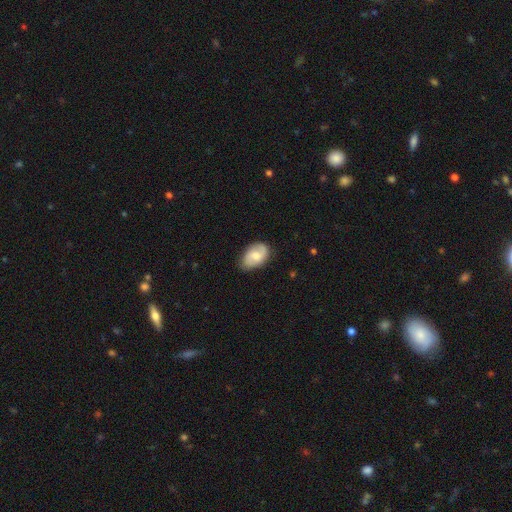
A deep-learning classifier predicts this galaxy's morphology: Smooth or featured? Predicted: smooth (p=0.52). How rounded? Predicted: in between (p=0.88). Merging? Predicted: none (p=0.71).